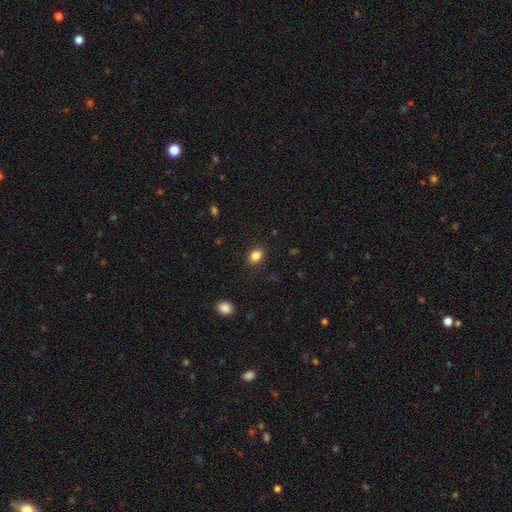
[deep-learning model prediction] Smooth or featured: smooth — 85% (star or artifact — 10%)
How rounded: in between — 70% (round — 29%)
Merging: none — 87% (minor disturbance — 9%)